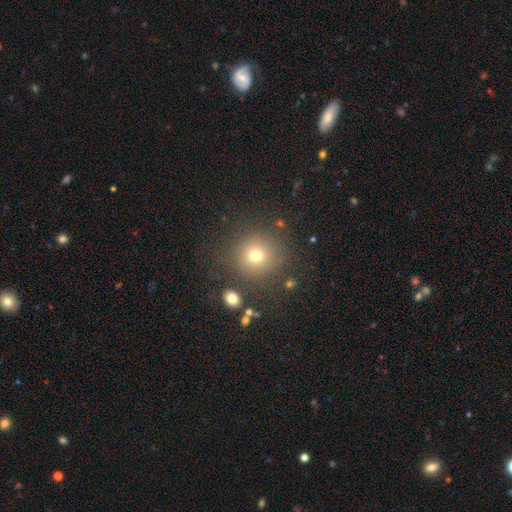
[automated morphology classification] This is likely a smooth galaxy (72%). How rounded: clearly round (92%). Merging: clearly none (83%).